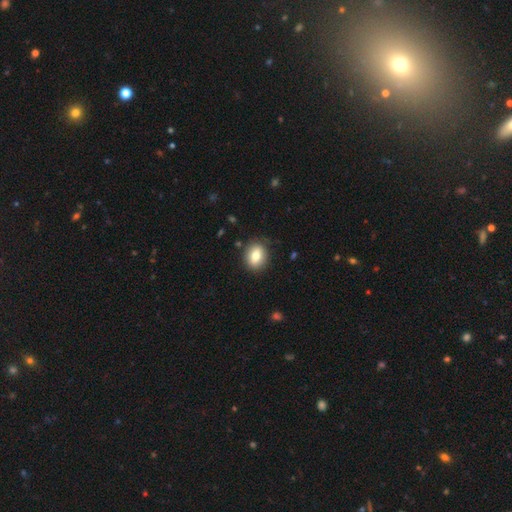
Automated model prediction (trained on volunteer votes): Morphology: type=smooth (80%); roundness=in between (61%); merging=none (86%).